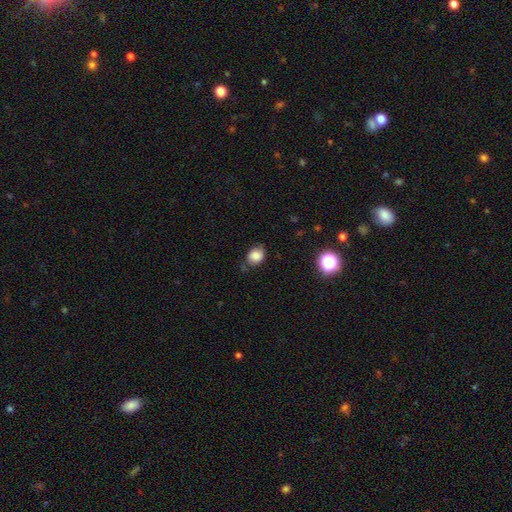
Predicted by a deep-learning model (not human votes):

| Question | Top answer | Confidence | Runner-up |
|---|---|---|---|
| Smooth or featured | smooth | 82% | star or artifact (11%) |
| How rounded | round | 52% | in between (47%) |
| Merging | none | 66% | minor disturbance (25%) |